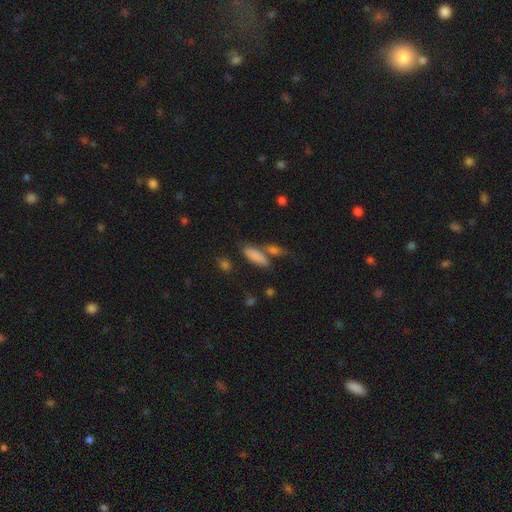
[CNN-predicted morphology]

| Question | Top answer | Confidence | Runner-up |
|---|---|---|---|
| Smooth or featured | smooth | 83% | featured or disk (9%) |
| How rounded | in between | 61% | cigar-shaped (35%) |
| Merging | none | 57% | merger (25%) |